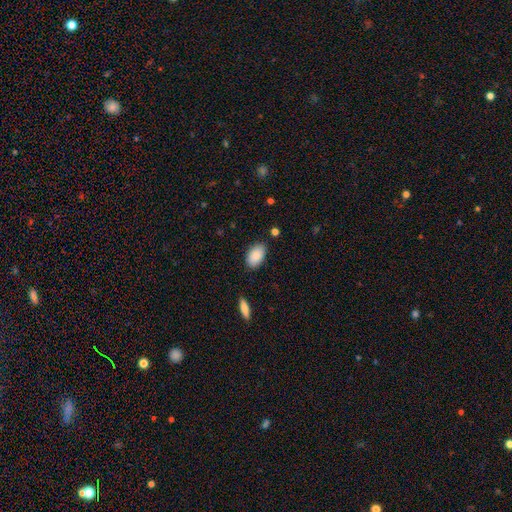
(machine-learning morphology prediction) Smooth or featured? smooth (89%)
How rounded? in between (94%)
Merging? none (83%)